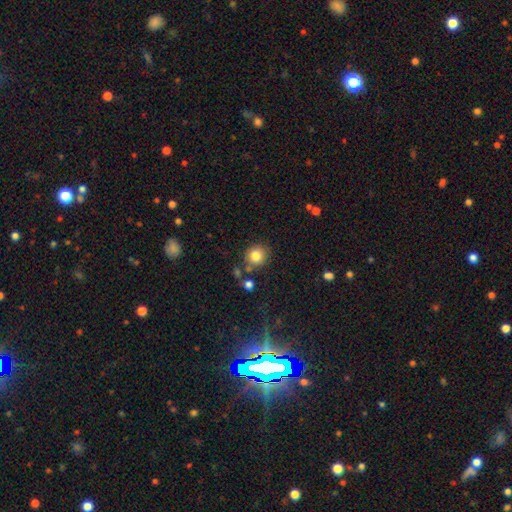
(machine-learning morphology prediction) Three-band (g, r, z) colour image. It shows a smooth galaxy with no disk features (82%) that is round (88%). Merging: none (78%).